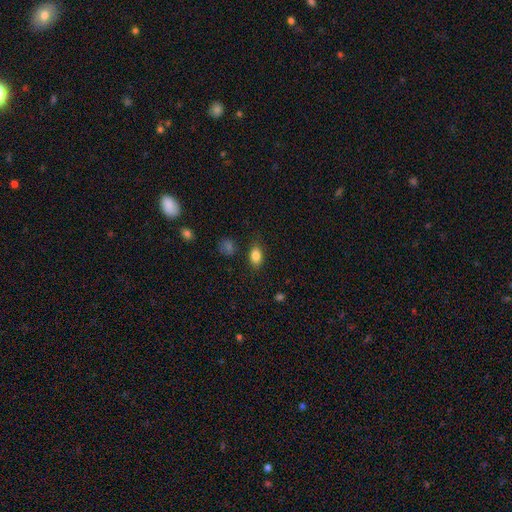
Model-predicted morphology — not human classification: This is clearly a smooth galaxy (84%). How rounded: clearly in between (84%). Merging: clearly none (82%).